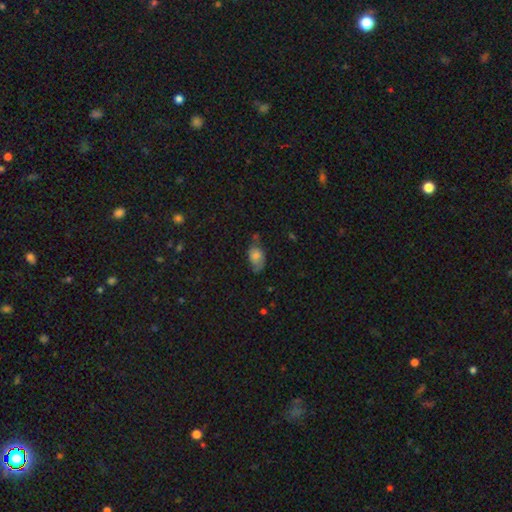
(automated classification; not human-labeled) Smooth or featured: smooth — 70% (featured or disk — 21%)
How rounded: in between — 89% (round — 9%)
Merging: none — 45% (minor disturbance — 37%)